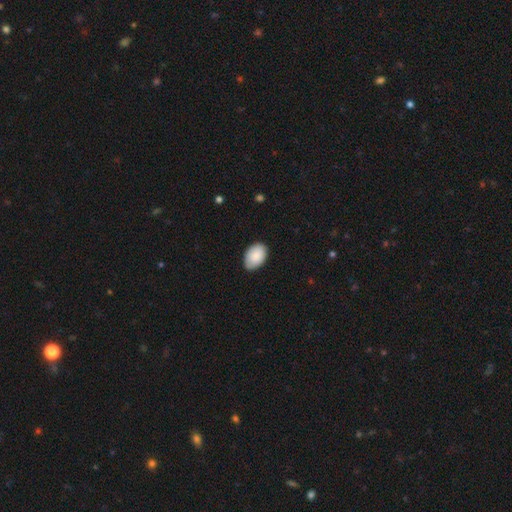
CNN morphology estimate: The model was most divided on "merging": none: 79%, minor disturbance: 18%, major disturbance: 2%, merger: 1%. More confident: how rounded — in between (89%); smooth or featured — smooth (89%).